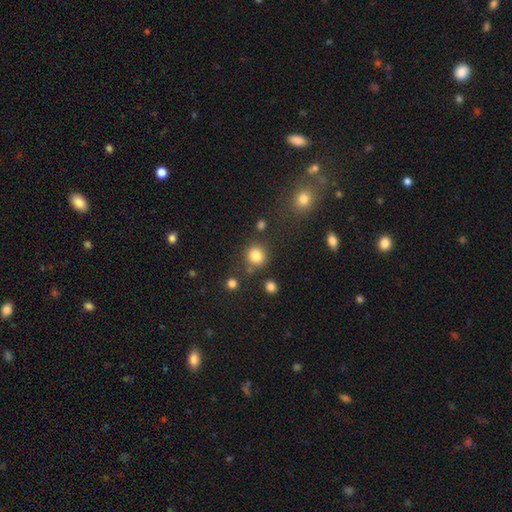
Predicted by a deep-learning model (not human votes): A smooth galaxy with no disk features (82%) that is round (86%). Merging: none (76%).